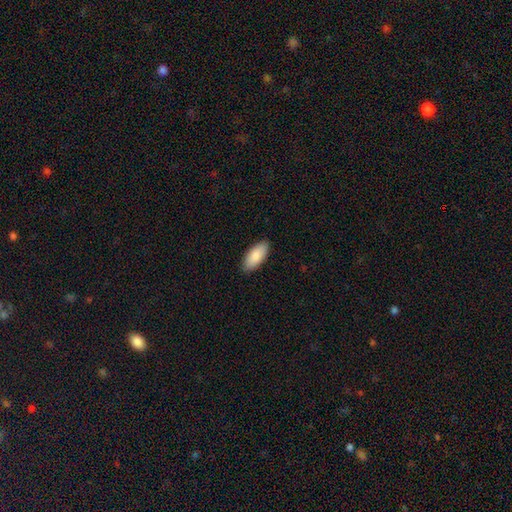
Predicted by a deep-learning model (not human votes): A smooth galaxy with no disk features (88%) that is in between round and cigar-shaped (89%).

Vote fractions:
- Smooth or featured? smooth: 88% / featured or disk: 7% / star or artifact: 5%
- How rounded? in between: 89% / cigar-shaped: 9% / round: 2%
- Merging? none: 89% / minor disturbance: 8% / major disturbance: 2% / merger: 1%